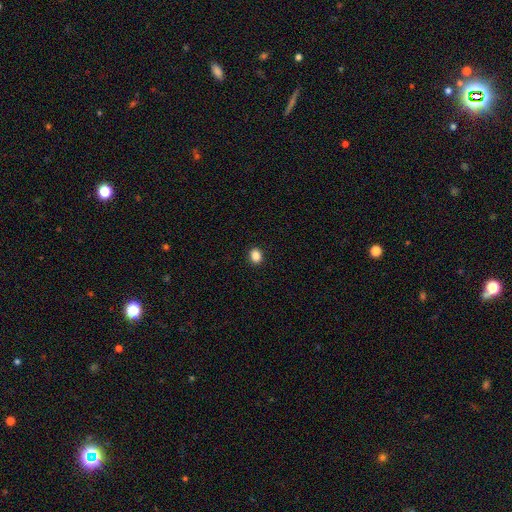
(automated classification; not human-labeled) smooth_or_featured: smooth (p=0.88) [alt: star or artifact p=0.09]
how_rounded: in between (p=0.56) [alt: round p=0.43]
merging: none (p=0.92) [alt: minor disturbance p=0.05]